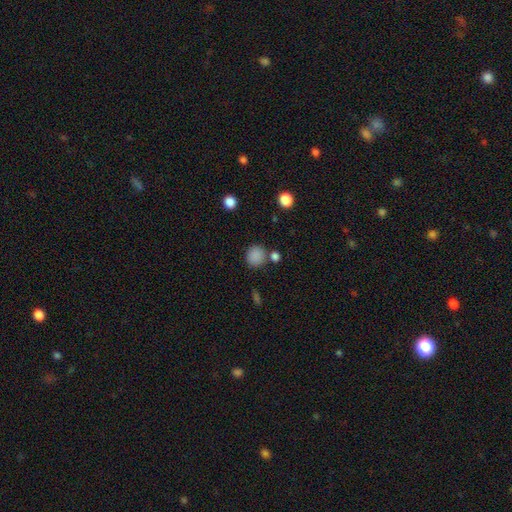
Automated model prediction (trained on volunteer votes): This appears to be a smooth galaxy with no disk features (86%) that is round (88%). Merging: none (76%).